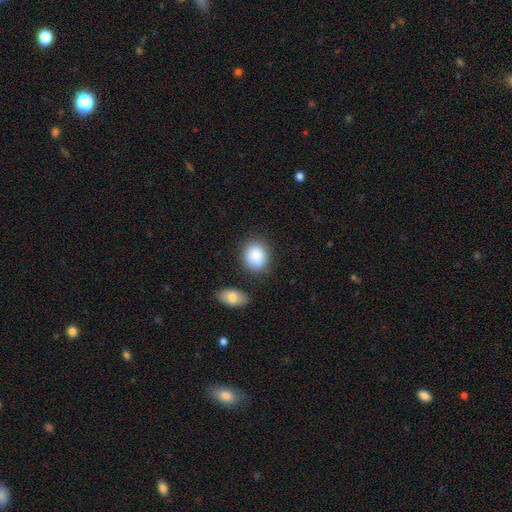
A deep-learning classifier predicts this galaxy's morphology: Smooth or featured: smooth — 87% (star or artifact — 7%)
How rounded: round — 59% (in between — 40%)
Merging: none — 77% (minor disturbance — 13%)